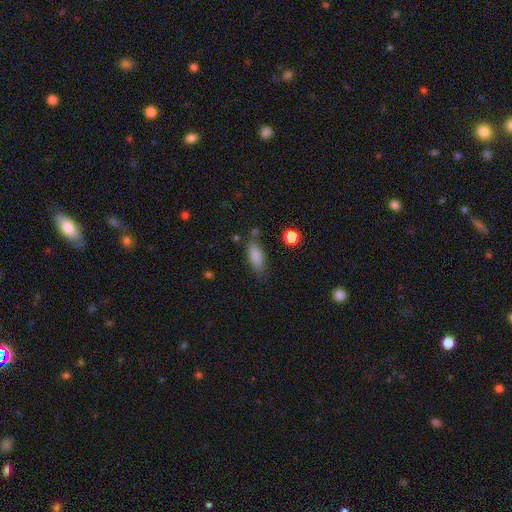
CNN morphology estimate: Overall: smooth (84%). How rounded: in between (75%). Merging: none (69%).